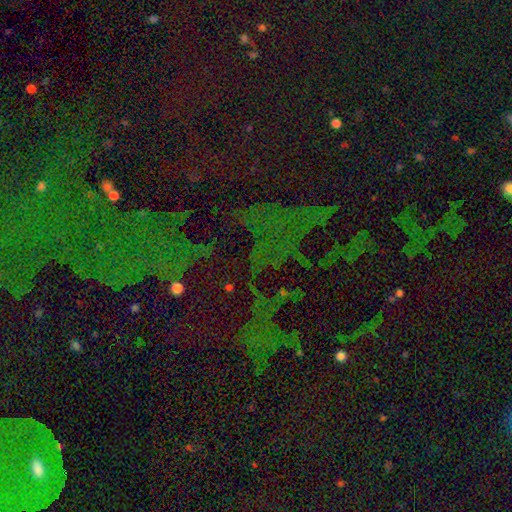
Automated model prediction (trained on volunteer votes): Smooth or featured: star or artifact — 78% (smooth — 13%)